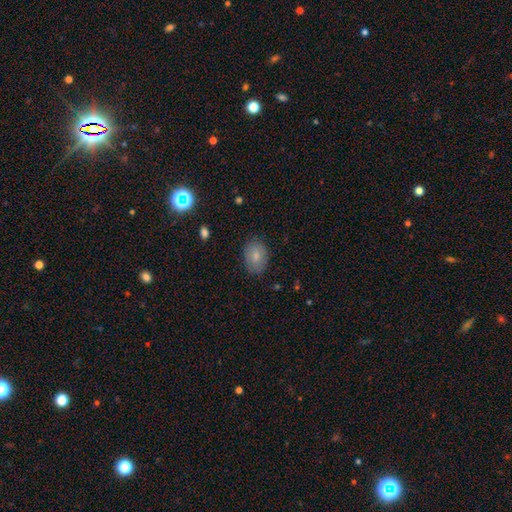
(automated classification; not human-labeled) smooth_or_featured: smooth (p=0.79) [alt: featured or disk p=0.13]
how_rounded: in between (p=0.73) [alt: round p=0.25]
merging: none (p=0.83) [alt: minor disturbance p=0.13]